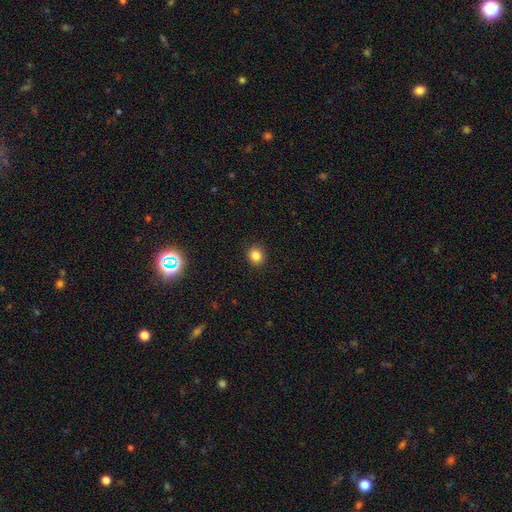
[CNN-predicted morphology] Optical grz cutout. It shows a smooth galaxy with no disk features (84%) that is round (84%). Merging: none (91%).